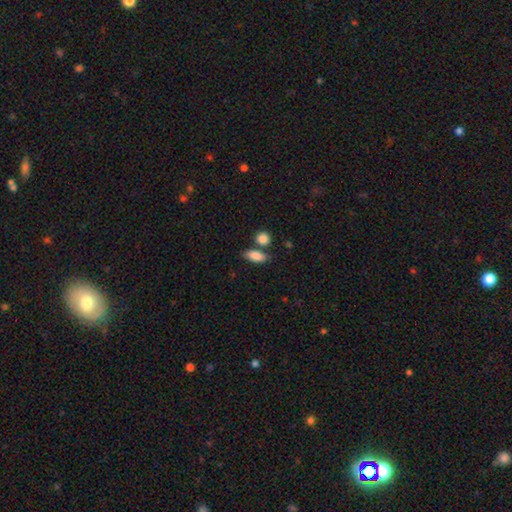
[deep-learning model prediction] The model was most divided on "merging": none: 64%, merger: 20%, minor disturbance: 13%, major disturbance: 4%. More confident: smooth or featured — smooth (86%); how rounded — in between (82%).